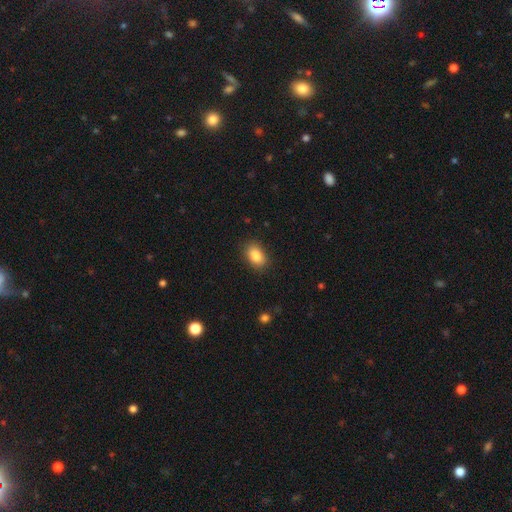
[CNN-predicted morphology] Overall: smooth (86%). How rounded: in between (84%). Merging: none (86%).